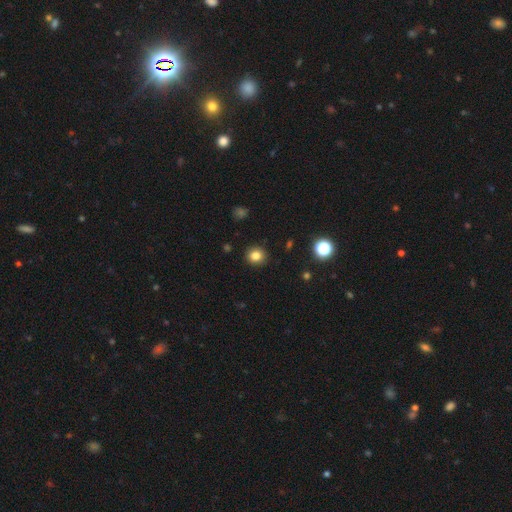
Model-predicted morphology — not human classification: Q: Smooth or featured?
A: smooth (83%); runner-up: star or artifact (12%)
Q: How rounded?
A: round (85%); runner-up: in between (14%)
Q: Merging?
A: none (91%); runner-up: minor disturbance (6%)